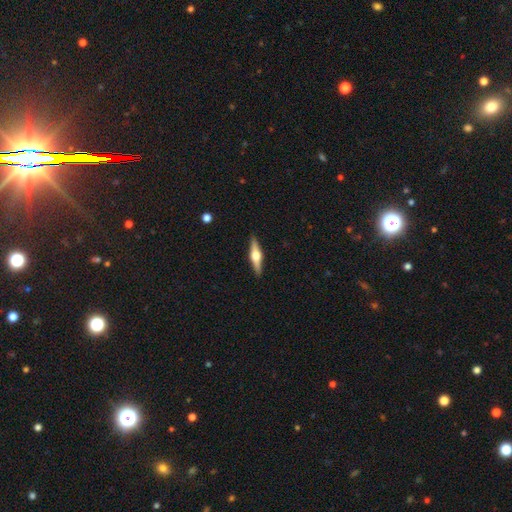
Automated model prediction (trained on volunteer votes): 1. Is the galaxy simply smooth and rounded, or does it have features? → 72% featured or disk, 23% smooth, 5% star or artifact.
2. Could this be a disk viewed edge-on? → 97% yes, 3% no.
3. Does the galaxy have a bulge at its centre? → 95% rounded, 3% boxy, 2% none.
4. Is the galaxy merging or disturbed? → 91% none, 7% minor disturbance, 1% major disturbance, 1% merger.